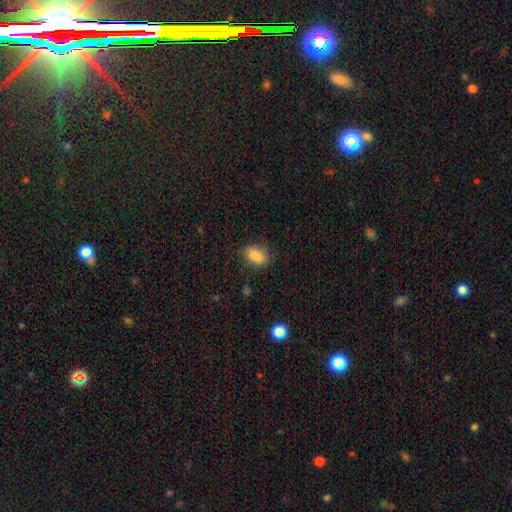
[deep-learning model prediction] smooth-or-featured: smooth: 86% | star or artifact: 8% | featured or disk: 6%
  how-rounded: in between: 86% | round: 11% | cigar-shaped: 3%
  merging: none: 83% | minor disturbance: 13% | major disturbance: 4% | merger: 1%